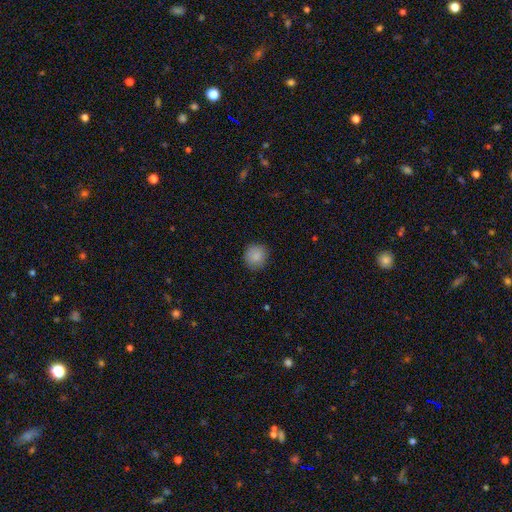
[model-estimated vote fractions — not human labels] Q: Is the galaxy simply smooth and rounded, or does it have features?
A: smooth — 87%.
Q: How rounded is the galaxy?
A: round — 91%.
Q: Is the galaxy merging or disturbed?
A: none — 88%.